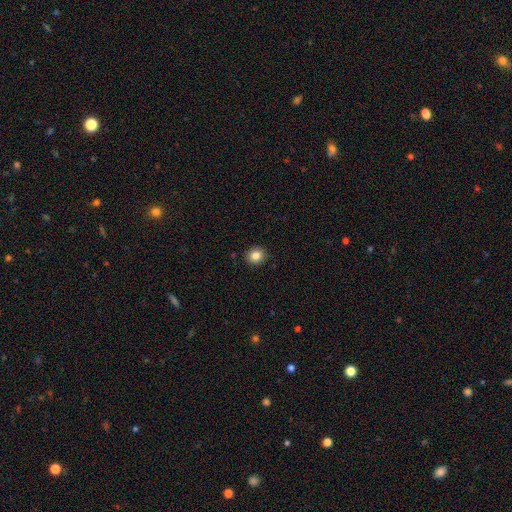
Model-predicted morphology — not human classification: Smooth or featured: smooth — 83% (star or artifact — 10%)
How rounded: round — 84% (in between — 15%)
Merging: none — 91% (minor disturbance — 6%)